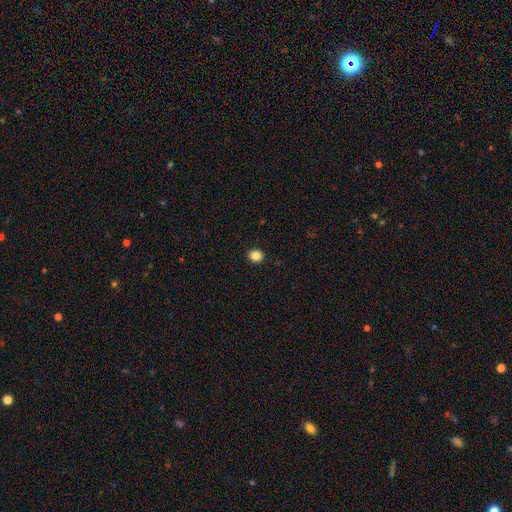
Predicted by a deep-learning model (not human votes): A smooth galaxy with no disk features (85%) that is round (73%).

Vote fractions:
- Smooth or featured? smooth: 85% / star or artifact: 11% / featured or disk: 4%
- How rounded? round: 73% / in between: 26% / cigar-shaped: 1%
- Merging? none: 92% / minor disturbance: 5% / major disturbance: 2% / merger: 1%